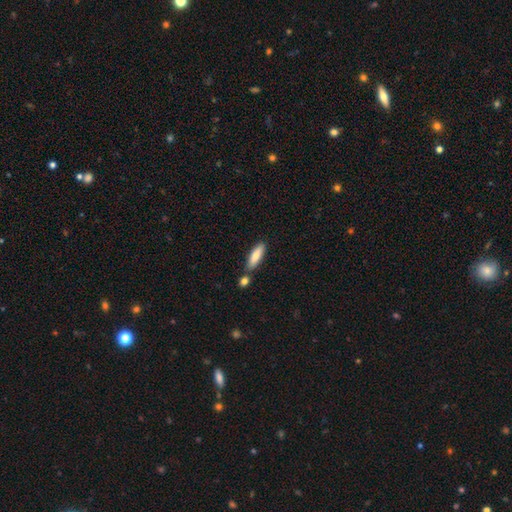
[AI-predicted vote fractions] This is clearly a smooth galaxy (82%). How rounded: possibly cigar-shaped (54%). Merging: likely none (73%).